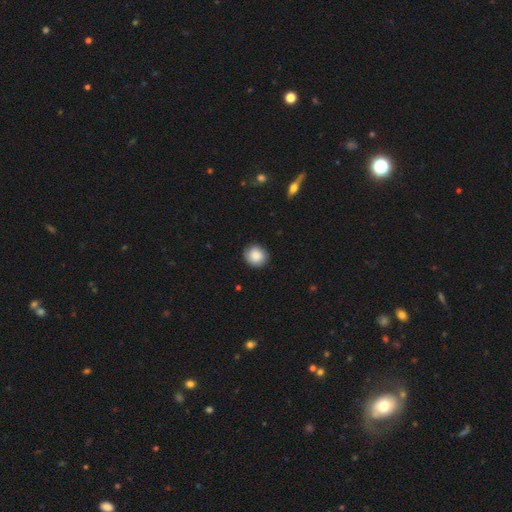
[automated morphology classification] Smooth or featured? smooth (88%)
How rounded? round (86%)
Merging? none (88%)